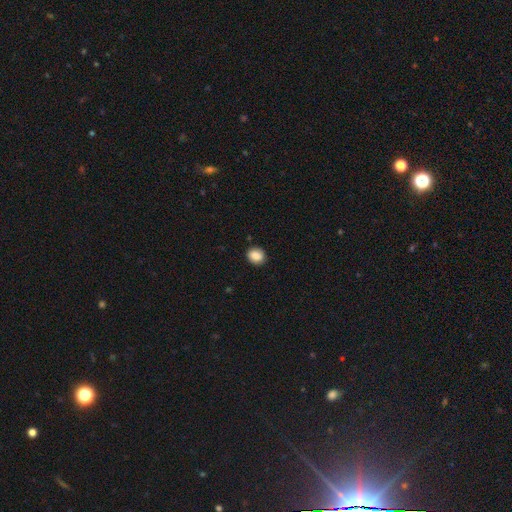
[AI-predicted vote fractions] Smooth or featured? smooth (87%)
How rounded? round (67%)
Merging? none (88%)